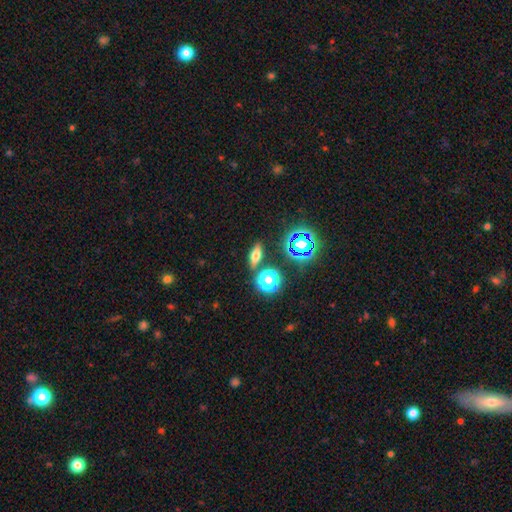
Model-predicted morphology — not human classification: smooth 51%, featured or disk 27%, star or artifact 22%. Down the decision tree: how rounded — in between (54%); merging — none (84%).